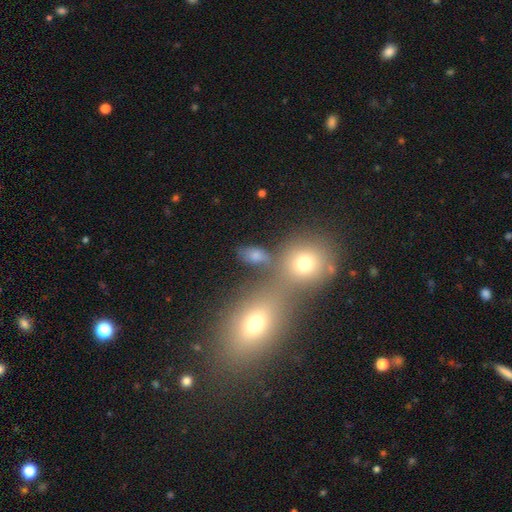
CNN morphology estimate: Smooth or featured? smooth (68%)
How rounded? in between (71%)
Merging? none (59%)